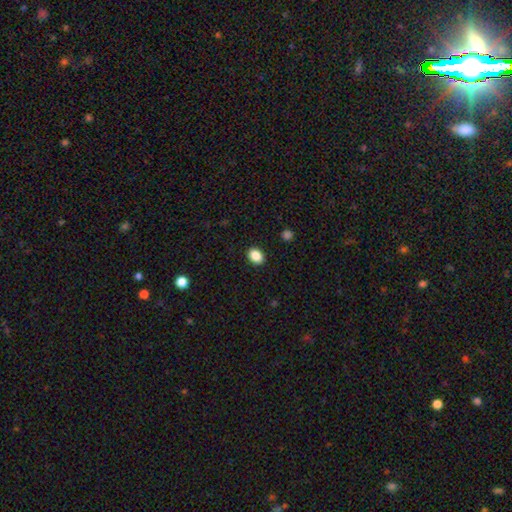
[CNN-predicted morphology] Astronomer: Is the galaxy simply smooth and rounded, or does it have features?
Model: smooth — 87%.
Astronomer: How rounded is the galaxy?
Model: in between — 68%.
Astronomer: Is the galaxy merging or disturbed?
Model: none — 90%.